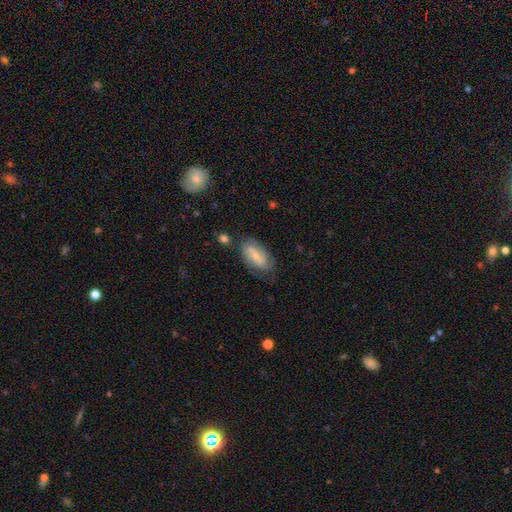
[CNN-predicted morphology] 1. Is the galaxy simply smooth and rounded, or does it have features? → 54% featured or disk, 39% smooth, 7% star or artifact.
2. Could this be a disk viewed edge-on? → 92% no, 8% yes.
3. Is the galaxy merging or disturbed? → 66% none, 22% minor disturbance, 8% major disturbance, 4% merger.